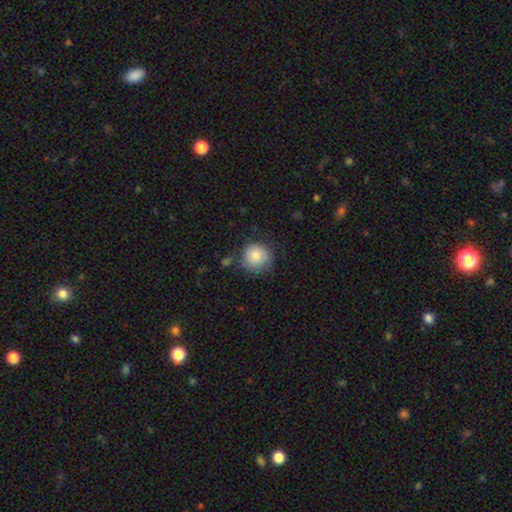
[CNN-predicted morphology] A smooth galaxy with no disk features (83%) that is round (93%). Merging: none (71%).